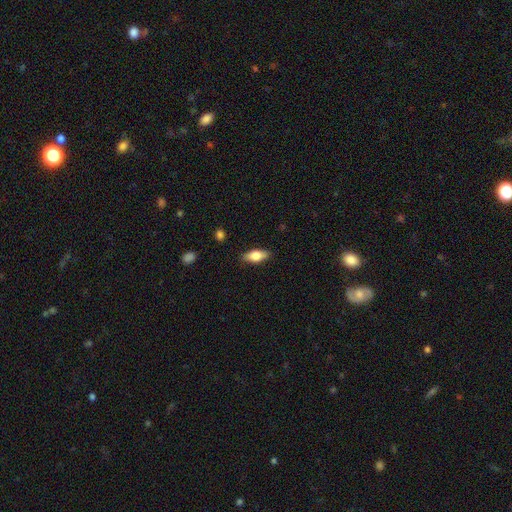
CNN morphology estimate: This is likely a smooth galaxy (71%). How rounded: likely in between (78%). Merging: clearly none (86%).